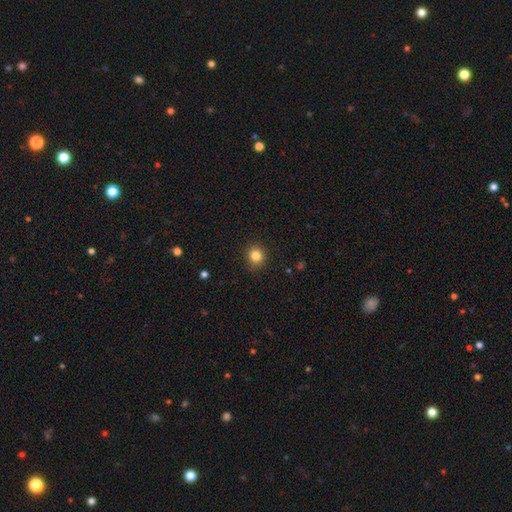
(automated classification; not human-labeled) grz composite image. It shows a smooth galaxy with no disk features (84%) that is round (87%). Merging: none (89%).